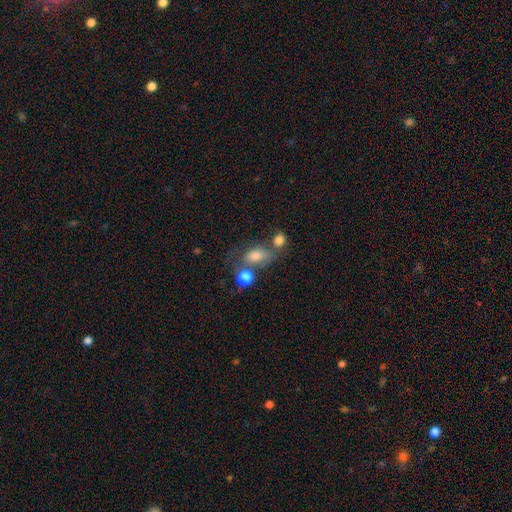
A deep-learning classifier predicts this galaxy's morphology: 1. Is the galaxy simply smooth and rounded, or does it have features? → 69% smooth, 17% featured or disk, 14% star or artifact.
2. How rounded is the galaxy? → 76% in between, 21% round, 3% cigar-shaped.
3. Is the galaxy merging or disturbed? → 43% none, 26% merger, 18% minor disturbance, 13% major disturbance.